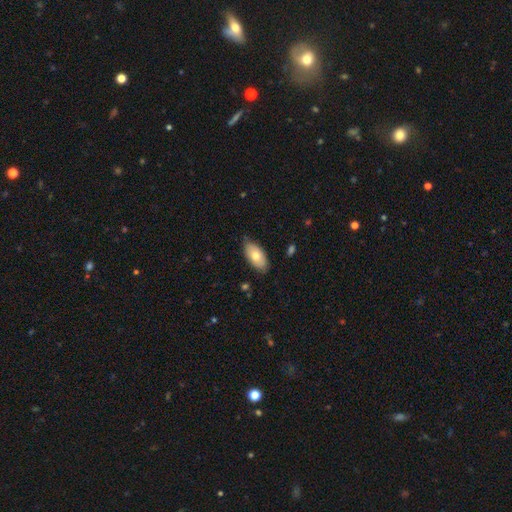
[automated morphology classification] Q: Smooth or featured?
A: smooth (73%); runner-up: featured or disk (20%)
Q: How rounded?
A: in between (93%); runner-up: cigar-shaped (4%)
Q: Merging?
A: none (78%); runner-up: minor disturbance (18%)